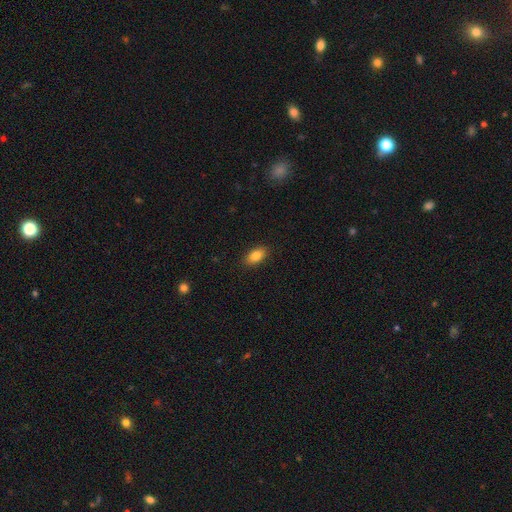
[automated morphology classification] Smooth or featured? smooth (85%)
How rounded? in between (91%)
Merging? none (89%)